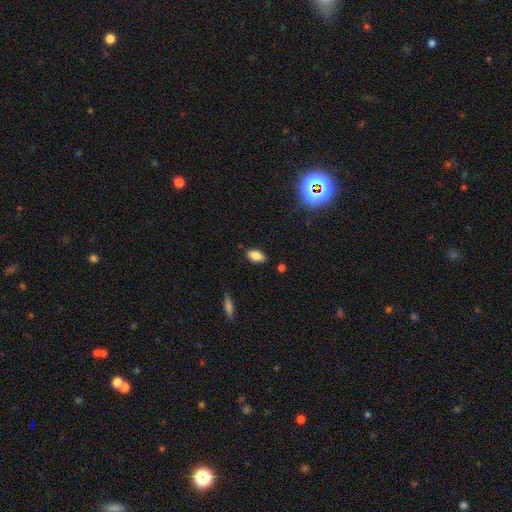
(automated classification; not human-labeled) Smooth or featured? Predicted: smooth (p=0.82). How rounded? Predicted: in between (p=0.91). Merging? Predicted: none (p=0.87).